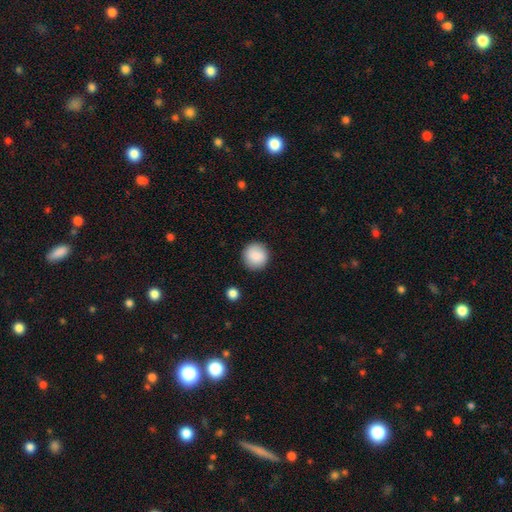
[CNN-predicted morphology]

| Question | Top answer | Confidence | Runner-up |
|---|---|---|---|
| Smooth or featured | smooth | 87% | star or artifact (7%) |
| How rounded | round | 94% | in between (5%) |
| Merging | none | 89% | minor disturbance (8%) |